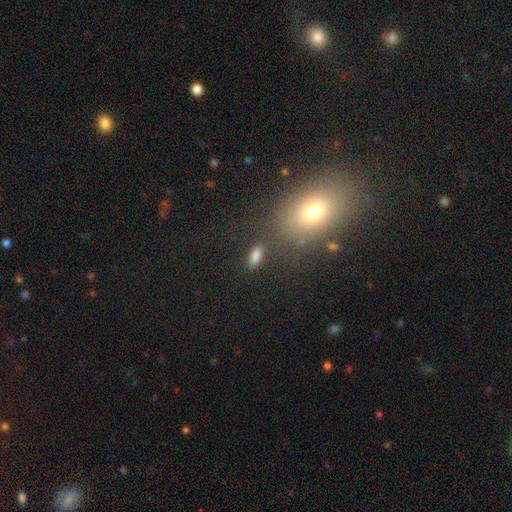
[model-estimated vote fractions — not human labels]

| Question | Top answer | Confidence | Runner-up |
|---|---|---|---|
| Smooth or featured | smooth | 82% | star or artifact (12%) |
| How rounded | in between | 84% | cigar-shaped (10%) |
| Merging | none | 78% | minor disturbance (12%) |